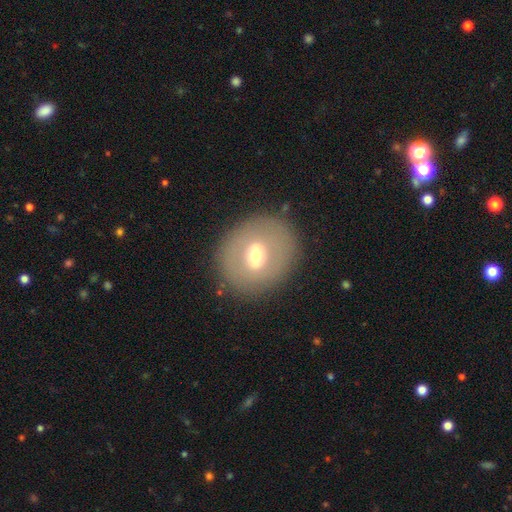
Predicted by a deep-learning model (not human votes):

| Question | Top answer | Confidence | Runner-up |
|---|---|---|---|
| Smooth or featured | smooth | 48% | featured or disk (44%) |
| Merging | none | 83% | minor disturbance (10%) |